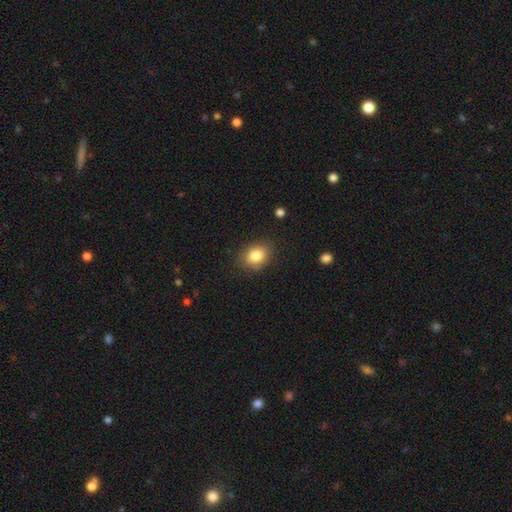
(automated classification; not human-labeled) Smooth or featured: smooth — 83% (star or artifact — 9%)
How rounded: in between — 59% (round — 40%)
Merging: none — 82% (minor disturbance — 13%)